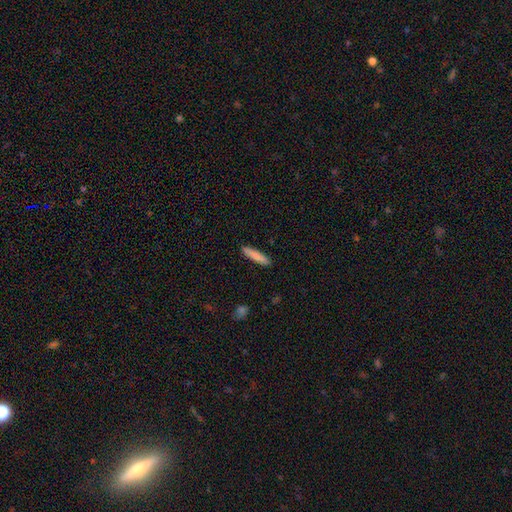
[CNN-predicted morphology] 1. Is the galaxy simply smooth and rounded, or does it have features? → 84% smooth, 10% featured or disk, 6% star or artifact.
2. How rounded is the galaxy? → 89% cigar-shaped, 9% in between, 1% round.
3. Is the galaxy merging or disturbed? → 90% none, 7% minor disturbance, 2% major disturbance, 1% merger.